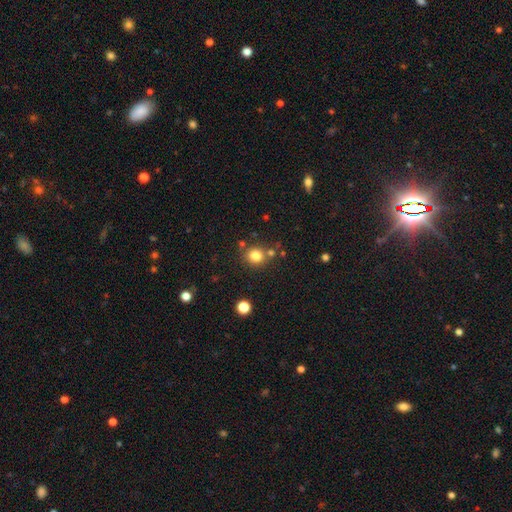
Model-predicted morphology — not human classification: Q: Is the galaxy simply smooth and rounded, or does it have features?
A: smooth — 81%.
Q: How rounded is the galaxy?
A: round — 86%.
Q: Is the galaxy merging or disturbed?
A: none — 76%.